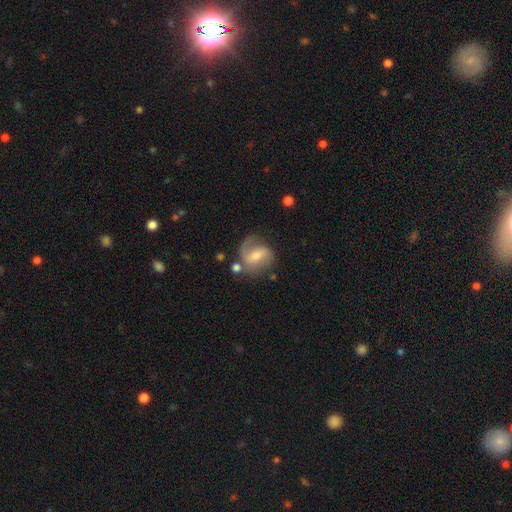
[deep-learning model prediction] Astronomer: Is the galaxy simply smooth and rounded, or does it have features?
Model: featured or disk — 67%.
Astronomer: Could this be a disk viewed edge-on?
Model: no — 97%.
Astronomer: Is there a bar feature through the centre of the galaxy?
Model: weak — 49% (runner-up: strong, 33%).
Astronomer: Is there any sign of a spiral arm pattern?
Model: yes — 87%.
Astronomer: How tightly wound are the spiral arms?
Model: medium — 46% (runner-up: loose, 35%).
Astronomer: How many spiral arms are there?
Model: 2 — 69%.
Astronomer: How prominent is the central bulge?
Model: moderate — 45% (runner-up: small, 41%).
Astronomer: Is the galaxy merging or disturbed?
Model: none — 59%.